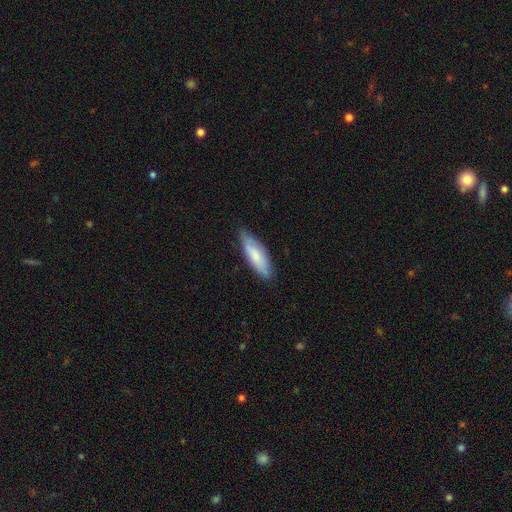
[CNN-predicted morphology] Smooth or featured: smooth — 72% (featured or disk — 22%)
How rounded: in between — 49% (tied with cigar-shaped — 49%)
Merging: none — 73% (minor disturbance — 22%)